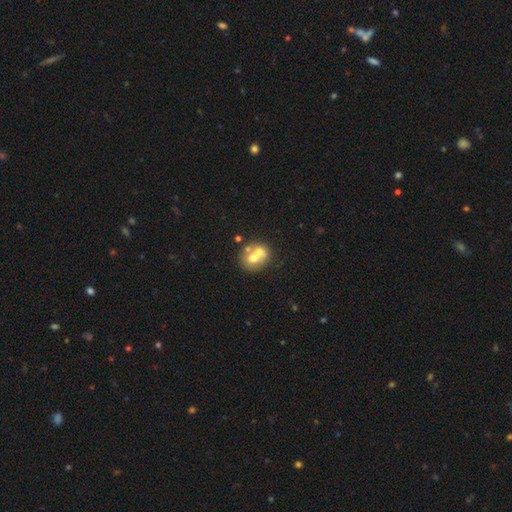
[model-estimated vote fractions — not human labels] A smooth galaxy with no disk features (54%) that is round (69%). Merging: merger (56%).